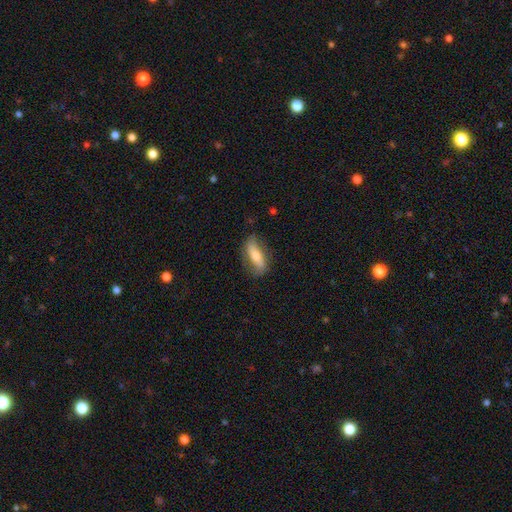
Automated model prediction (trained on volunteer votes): smooth_or_featured: smooth (p=0.49) [alt: featured or disk p=0.45]
merging: none (p=0.74) [alt: minor disturbance p=0.19]